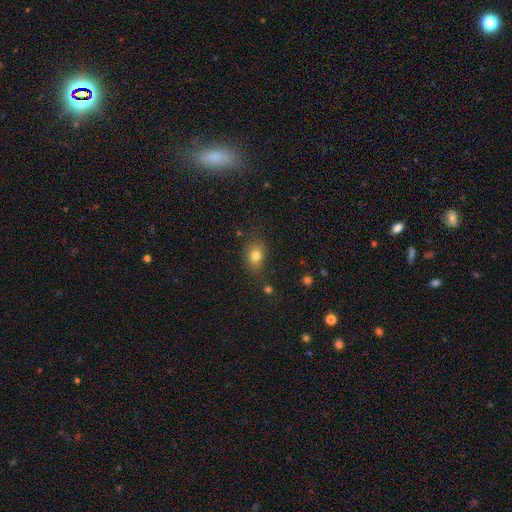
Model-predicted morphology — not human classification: This is likely a smooth galaxy (78%). How rounded: likely in between (61%). Merging: likely none (71%).